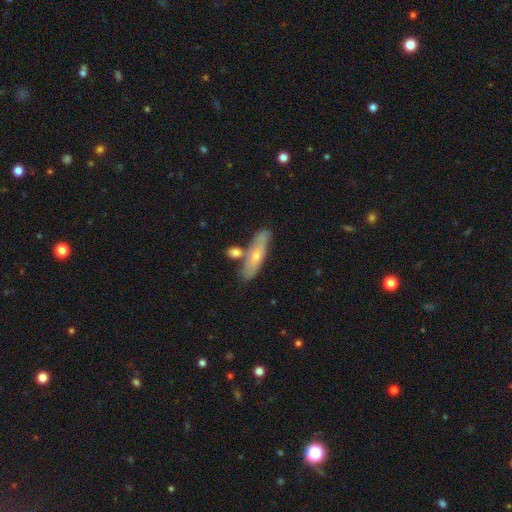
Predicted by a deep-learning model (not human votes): This is possibly a smooth galaxy (57%). How rounded: likely cigar-shaped (67%). Merging: likely none (68%).